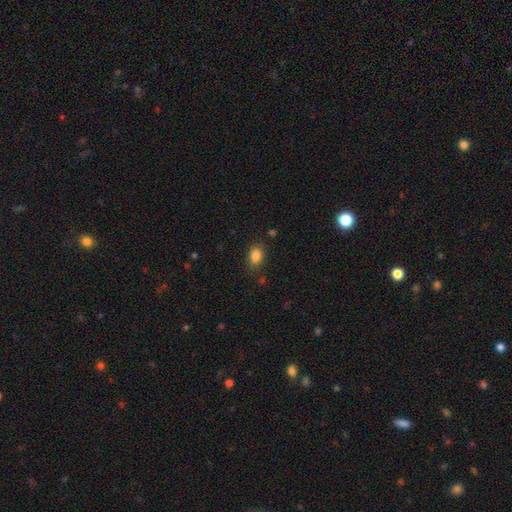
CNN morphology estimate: smooth_or_featured: smooth (p=0.85) [alt: star or artifact p=0.10]
how_rounded: in between (p=0.78) [alt: round p=0.21]
merging: none (p=0.81) [alt: minor disturbance p=0.13]